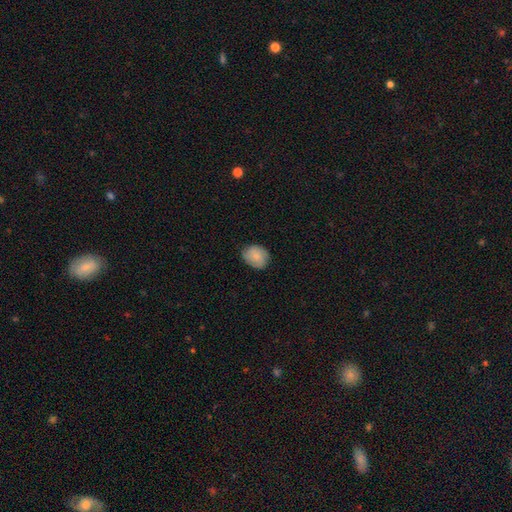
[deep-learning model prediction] smooth_or_featured: smooth (p=0.79) [alt: featured or disk p=0.15]
how_rounded: round (p=0.58) [alt: in between p=0.41]
merging: none (p=0.77) [alt: minor disturbance p=0.19]